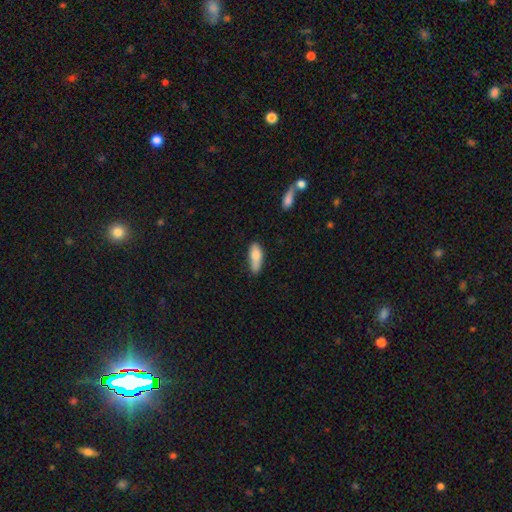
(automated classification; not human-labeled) Smooth or featured: smooth — 80% (featured or disk — 13%)
How rounded: in between — 66% (cigar-shaped — 31%)
Merging: none — 58% (minor disturbance — 30%)